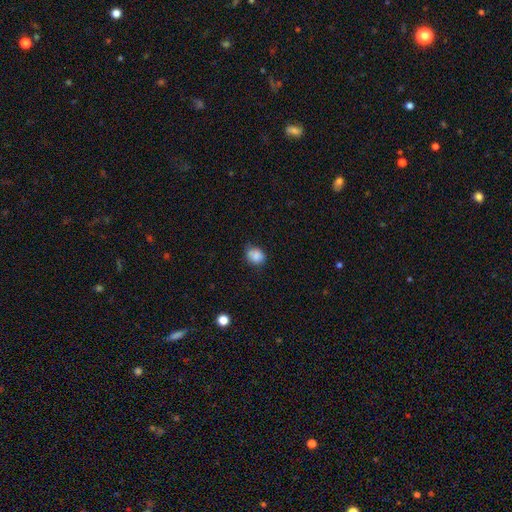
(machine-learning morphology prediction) Overall: smooth (82%). How rounded: round (60%; in between 39%). Merging: none (65%; minor disturbance 26%).